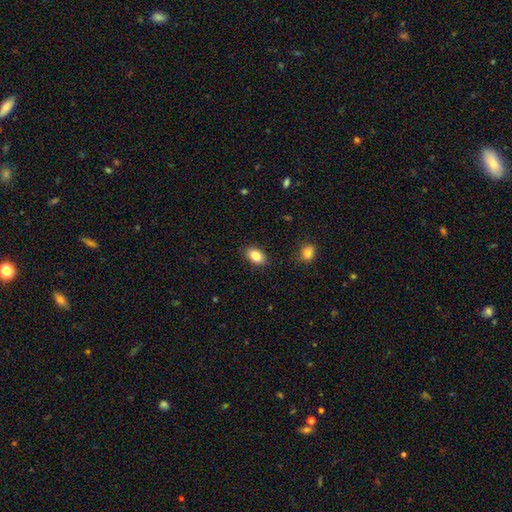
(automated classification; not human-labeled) Q: Smooth or featured?
A: smooth (84%); runner-up: star or artifact (8%)
Q: How rounded?
A: in between (89%); runner-up: round (10%)
Q: Merging?
A: none (87%); runner-up: minor disturbance (10%)